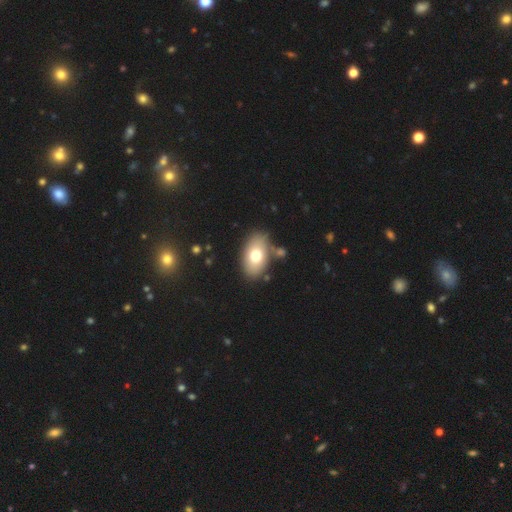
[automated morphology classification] Smooth or featured: smooth — 73% (featured or disk — 19%)
How rounded: in between — 91% (round — 8%)
Merging: none — 76% (minor disturbance — 13%)